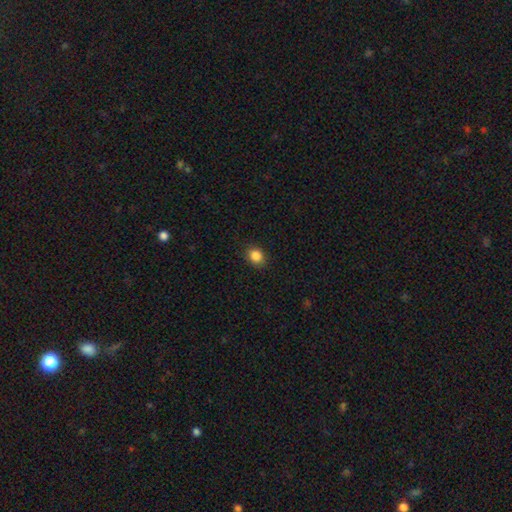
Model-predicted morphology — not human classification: smooth 86%, star or artifact 10%, featured or disk 4%. Down the decision tree: how rounded — round (64%); merging — none (88%).